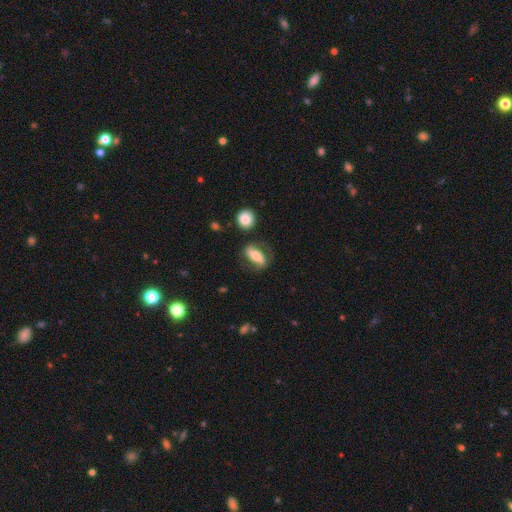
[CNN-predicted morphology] Smooth or featured? smooth (52%)
How rounded? in between (72%)
Merging? none (65%)